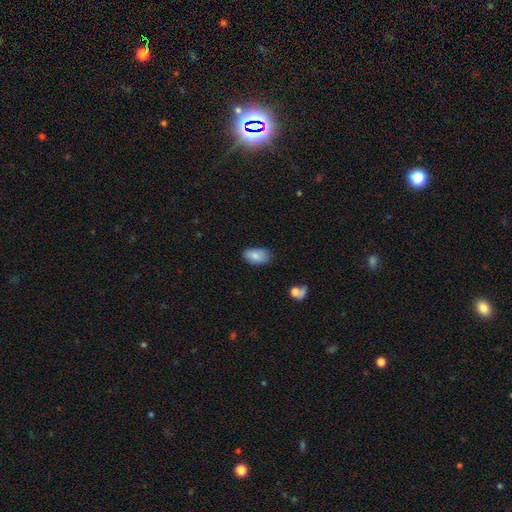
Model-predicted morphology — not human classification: A smooth galaxy with no disk features (82%) that is in between round and cigar-shaped (93%).

Vote fractions:
- Smooth or featured? smooth: 82% / featured or disk: 11% / star or artifact: 7%
- How rounded? in between: 93% / round: 5% / cigar-shaped: 2%
- Merging? none: 74% / minor disturbance: 21% / major disturbance: 3% / merger: 2%